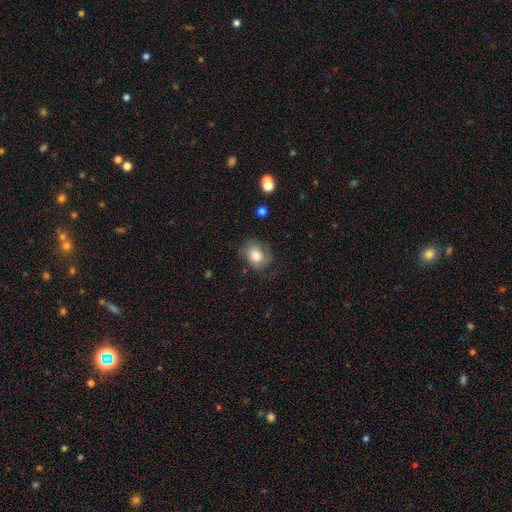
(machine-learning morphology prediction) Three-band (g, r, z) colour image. It shows a smooth galaxy with no disk features (70%) that is in between round and cigar-shaped (54%). Merging: none (62%).